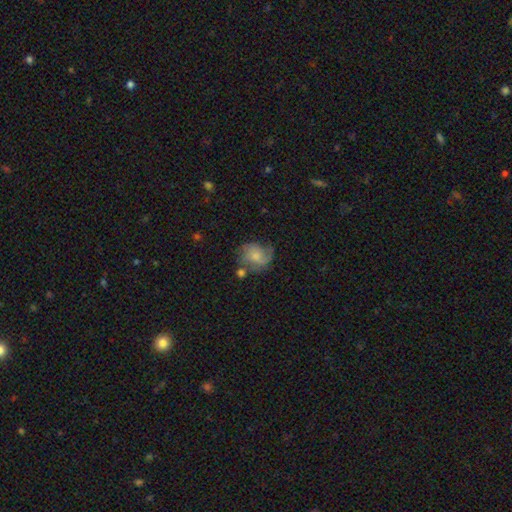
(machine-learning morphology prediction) smooth 48%, featured or disk 43%, star or artifact 9%. Down the decision tree: merging — none (46%).